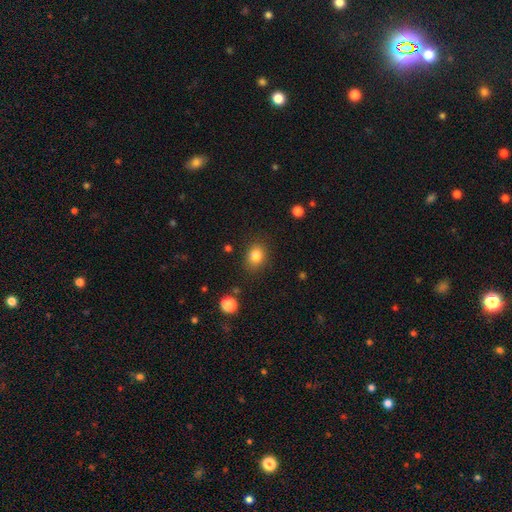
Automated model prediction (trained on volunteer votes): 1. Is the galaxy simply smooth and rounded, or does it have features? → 82% smooth, 11% star or artifact, 7% featured or disk.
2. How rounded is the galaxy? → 51% in between, 48% round, 1% cigar-shaped.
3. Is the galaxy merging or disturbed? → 81% none, 12% minor disturbance, 4% major disturbance, 3% merger.